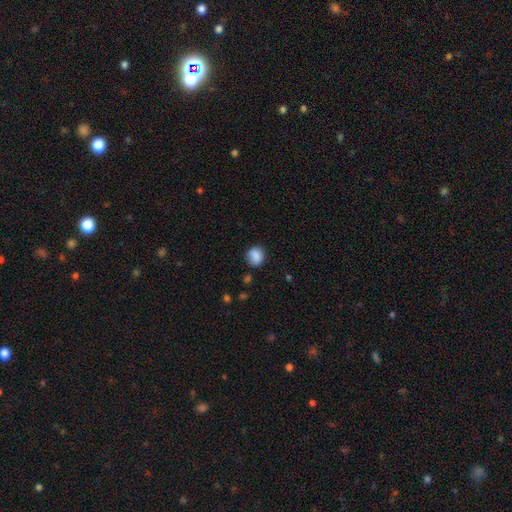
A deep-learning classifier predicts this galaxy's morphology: The model was most divided on "how rounded": round: 75%, in between: 24%, cigar-shaped: 1%. More confident: smooth or featured — smooth (86%); merging — none (77%).